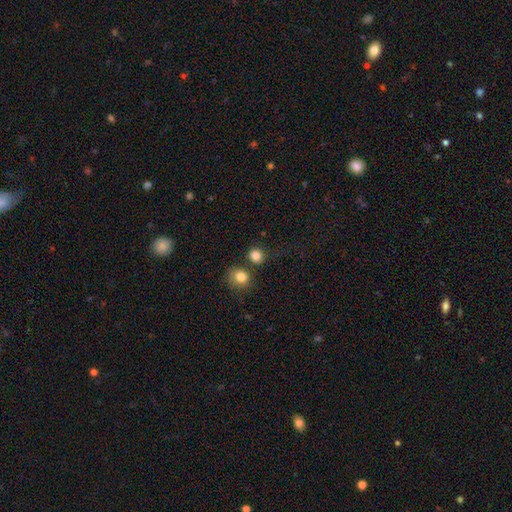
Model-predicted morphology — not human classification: Smooth or featured: smooth — 83% (star or artifact — 11%)
How rounded: round — 84% (in between — 15%)
Merging: none — 72% (merger — 15%)